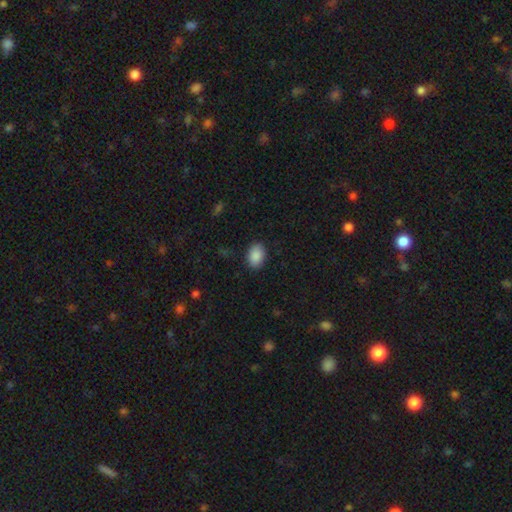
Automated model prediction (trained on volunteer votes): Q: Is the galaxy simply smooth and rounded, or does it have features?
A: smooth — 90%.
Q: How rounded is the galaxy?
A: in between — 86%.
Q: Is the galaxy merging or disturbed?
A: none — 88%.